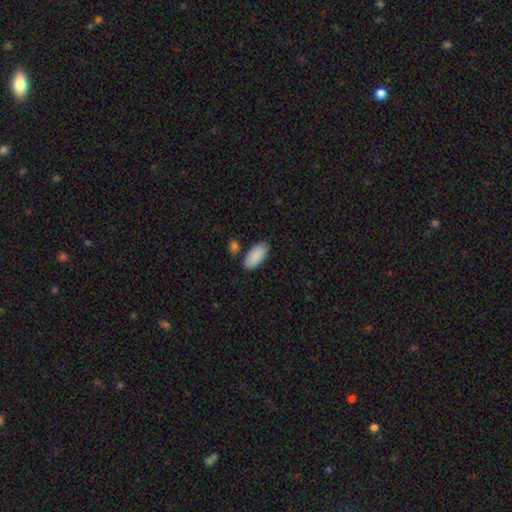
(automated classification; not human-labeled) This appears to be a smooth galaxy with no disk features (90%) that is in between round and cigar-shaped (92%). Merging: none (81%).